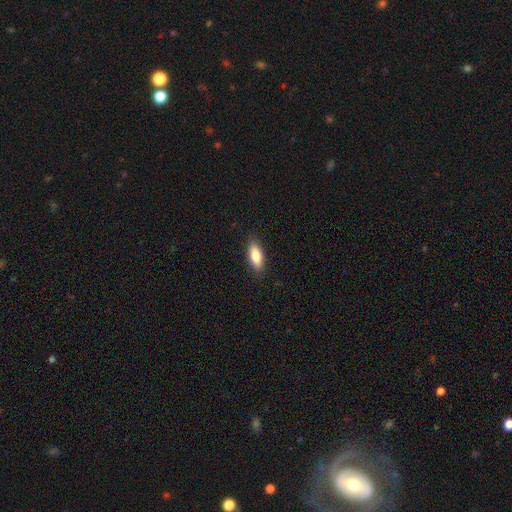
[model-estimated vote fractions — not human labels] Smooth or featured? Predicted: smooth (p=0.84). How rounded? Predicted: in between (p=0.76). Merging? Predicted: none (p=0.87).